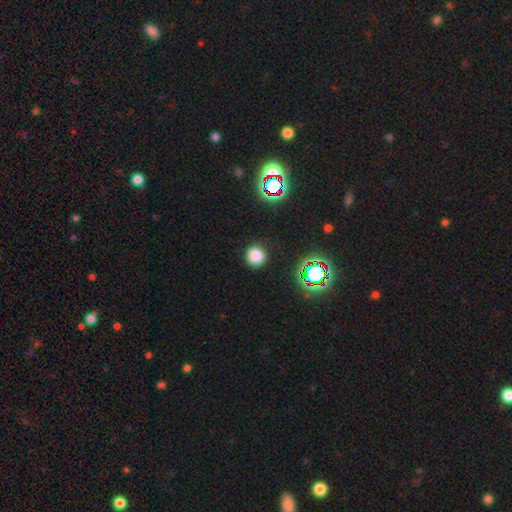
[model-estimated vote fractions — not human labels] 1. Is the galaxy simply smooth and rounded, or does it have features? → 77% smooth, 17% star or artifact, 5% featured or disk.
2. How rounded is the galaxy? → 91% round, 8% in between, 1% cigar-shaped.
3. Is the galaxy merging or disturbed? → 89% none, 7% minor disturbance, 2% major disturbance, 1% merger.